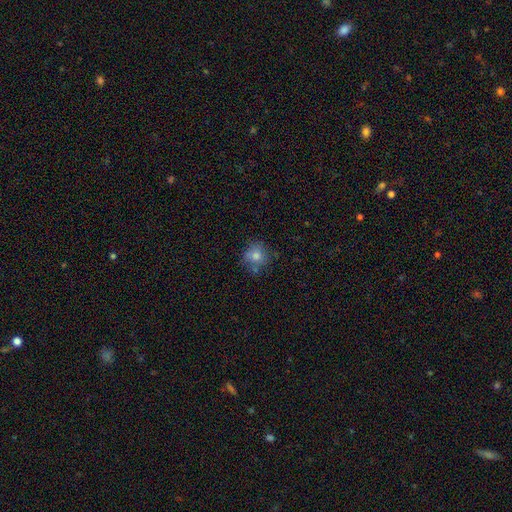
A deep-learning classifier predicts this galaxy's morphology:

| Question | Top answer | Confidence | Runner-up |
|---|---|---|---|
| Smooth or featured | smooth | 76% | star or artifact (12%) |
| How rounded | round | 85% | in between (14%) |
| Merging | none | 72% | minor disturbance (18%) |